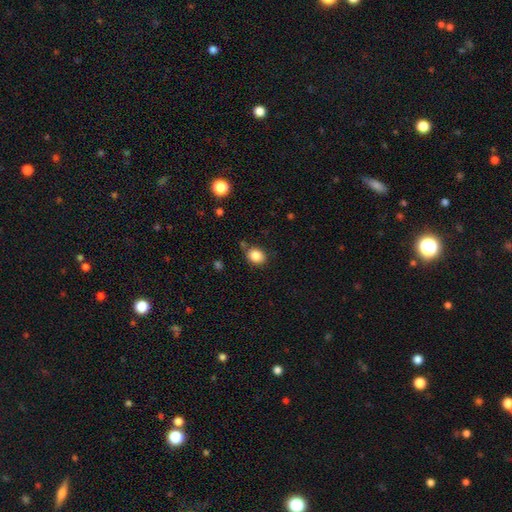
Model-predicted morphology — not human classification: The model was most divided on "how rounded": in between: 51%, round: 48%, cigar-shaped: 1%. More confident: smooth or featured — smooth (86%); merging — none (79%).